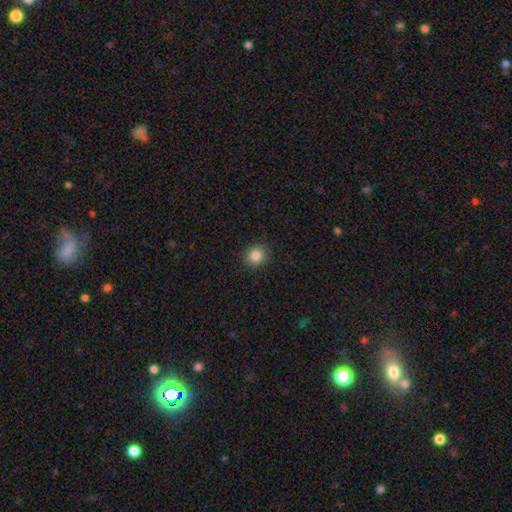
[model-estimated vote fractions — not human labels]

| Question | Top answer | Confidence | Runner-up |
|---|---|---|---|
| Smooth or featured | smooth | 84% | star or artifact (11%) |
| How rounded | round | 88% | in between (11%) |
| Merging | none | 91% | minor disturbance (6%) |